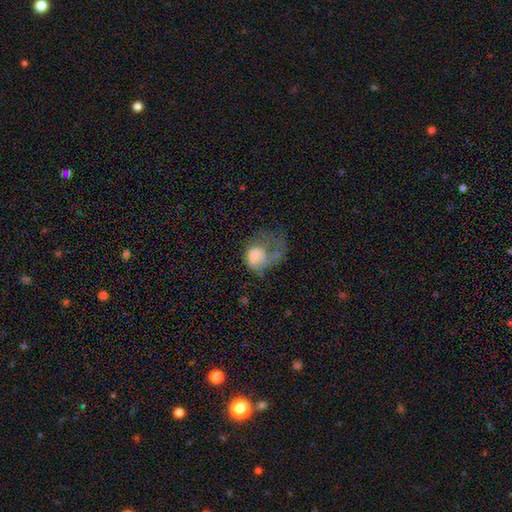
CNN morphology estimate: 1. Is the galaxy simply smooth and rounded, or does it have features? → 52% smooth, 39% featured or disk, 9% star or artifact.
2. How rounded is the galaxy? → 57% in between, 42% round, 1% cigar-shaped.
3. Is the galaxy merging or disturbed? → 67% major disturbance, 14% none, 13% minor disturbance, 6% merger.